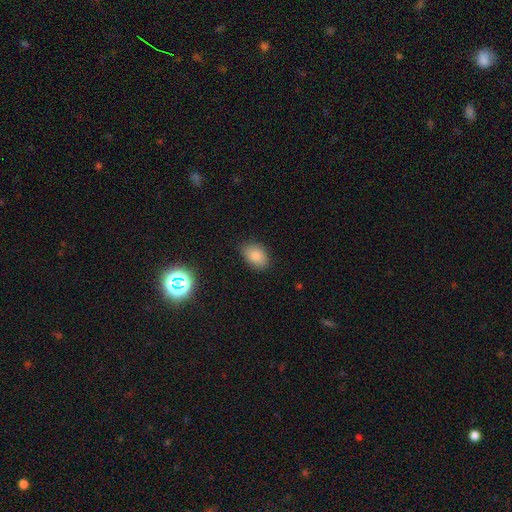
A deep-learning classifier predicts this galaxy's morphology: smooth_or_featured: smooth (p=0.85) [alt: star or artifact p=0.10]
how_rounded: in between (p=0.86) [alt: round p=0.13]
merging: none (p=0.83) [alt: minor disturbance p=0.13]